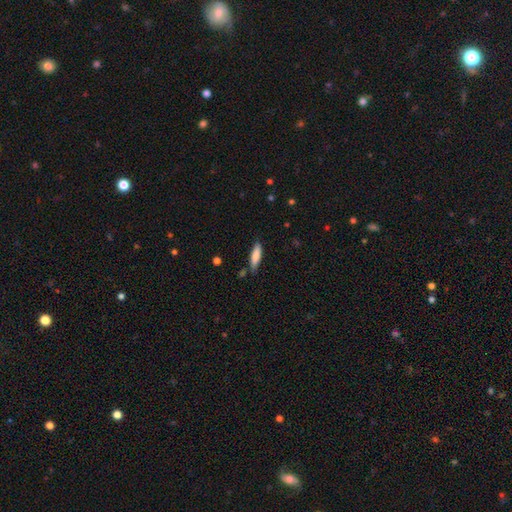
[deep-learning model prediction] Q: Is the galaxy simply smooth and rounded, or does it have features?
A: smooth — 80%.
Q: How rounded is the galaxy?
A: cigar-shaped — 68%.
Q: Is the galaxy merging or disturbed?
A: none — 80%.